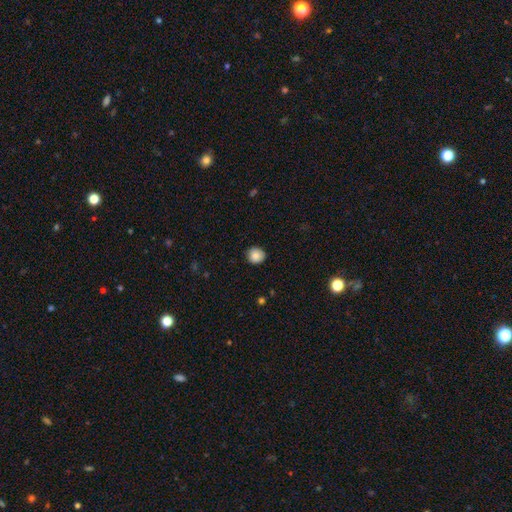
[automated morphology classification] A smooth galaxy with no disk features (87%) that is round (89%).

Vote fractions:
- Smooth or featured? smooth: 87% / star or artifact: 9% / featured or disk: 5%
- How rounded? round: 89% / in between: 10% / cigar-shaped: 1%
- Merging? none: 87% / minor disturbance: 10% / major disturbance: 2% / merger: 1%